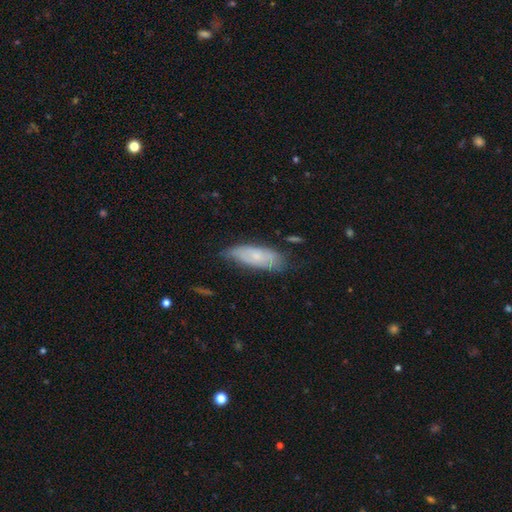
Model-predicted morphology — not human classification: A smooth galaxy with no disk features (58%) that is in between round and cigar-shaped (66%). Merging: none (67%).